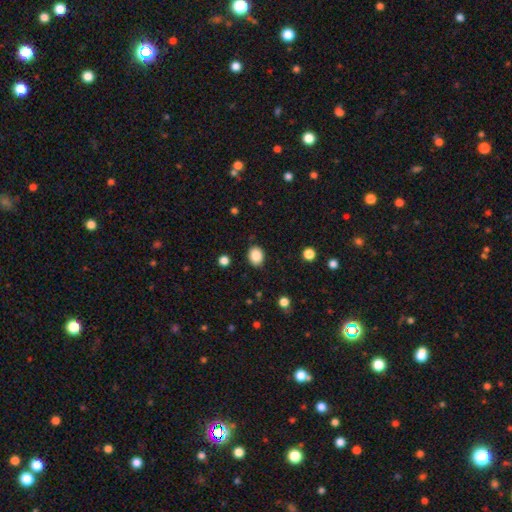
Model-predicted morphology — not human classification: smooth_or_featured: smooth (p=0.87) [alt: star or artifact p=0.09]
how_rounded: round (p=0.53) [alt: in between p=0.47]
merging: none (p=0.88) [alt: minor disturbance p=0.08]